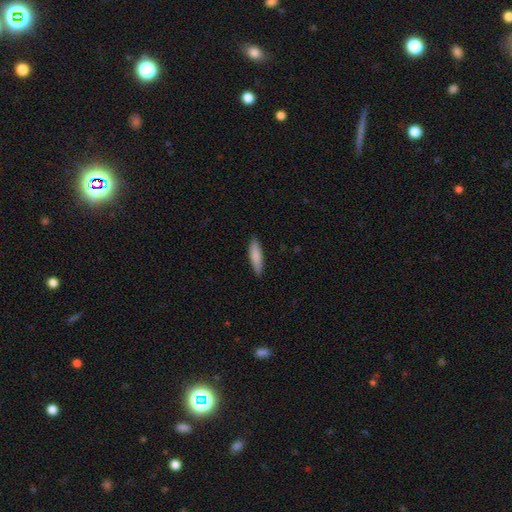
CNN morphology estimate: smooth-or-featured: smooth: 85% | featured or disk: 9% | star or artifact: 6%
  how-rounded: cigar-shaped: 67% | in between: 31% | round: 1%
  merging: none: 88% | minor disturbance: 9% | major disturbance: 2% | merger: 1%